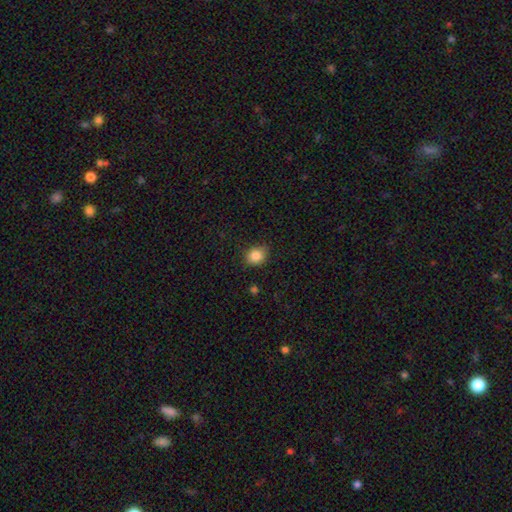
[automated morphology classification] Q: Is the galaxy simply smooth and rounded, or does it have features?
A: smooth — 85%.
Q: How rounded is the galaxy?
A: round — 60%.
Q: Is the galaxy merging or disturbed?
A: none — 81%.